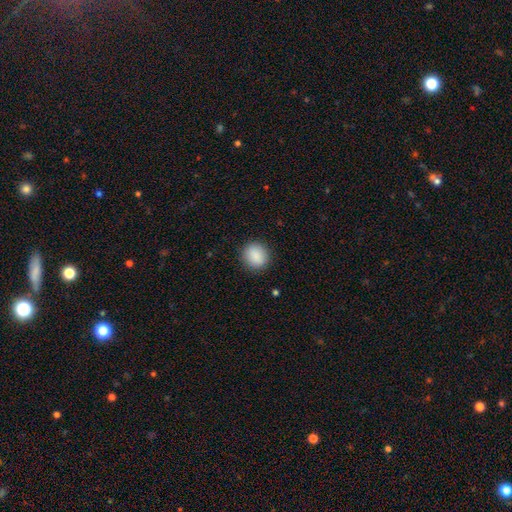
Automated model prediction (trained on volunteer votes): A smooth galaxy with no disk features (89%) that is round (74%).

Vote fractions:
- Smooth or featured? smooth: 89% / star or artifact: 8% / featured or disk: 3%
- How rounded? round: 74% / in between: 25% / cigar-shaped: 1%
- Merging? none: 89% / minor disturbance: 8% / major disturbance: 3% / merger: 1%